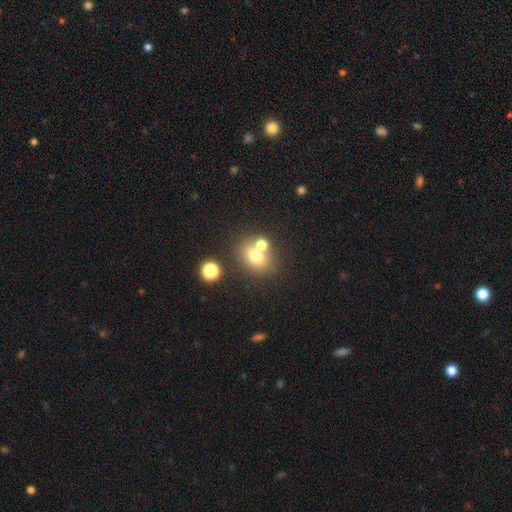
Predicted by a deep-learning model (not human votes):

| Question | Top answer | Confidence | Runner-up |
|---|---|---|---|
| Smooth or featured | smooth | 70% | star or artifact (15%) |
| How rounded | round | 53% | in between (46%) |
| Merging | none | 56% | merger (29%) |